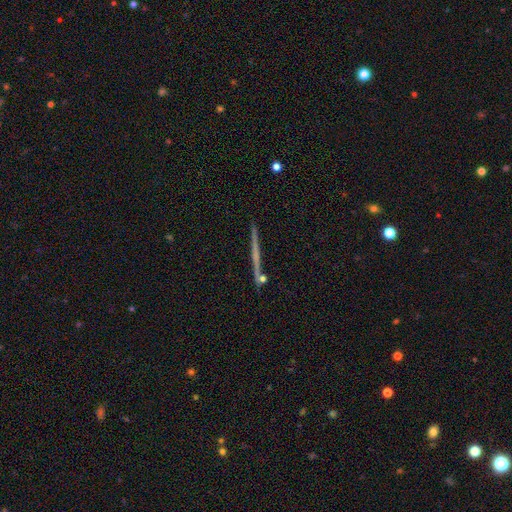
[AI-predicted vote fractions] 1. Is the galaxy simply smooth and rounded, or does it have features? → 60% featured or disk, 32% smooth, 8% star or artifact.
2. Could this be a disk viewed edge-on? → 98% yes, 2% no.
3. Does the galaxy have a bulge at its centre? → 75% none, 19% rounded, 5% boxy.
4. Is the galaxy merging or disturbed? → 87% none, 7% minor disturbance, 4% merger, 2% major disturbance.